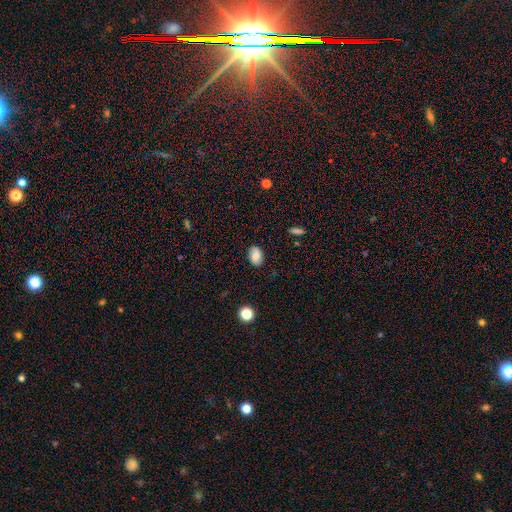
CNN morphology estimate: smooth-or-featured: smooth: 76% | featured or disk: 16% | star or artifact: 9%
  how-rounded: in between: 85% | round: 13% | cigar-shaped: 1%
  merging: none: 81% | minor disturbance: 15% | major disturbance: 3% | merger: 1%